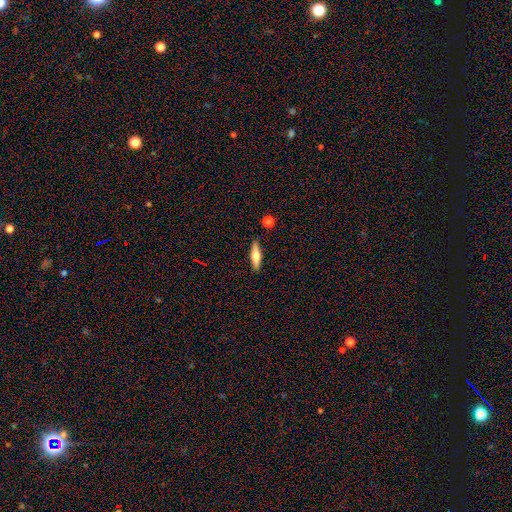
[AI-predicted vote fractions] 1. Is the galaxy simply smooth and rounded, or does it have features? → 60% smooth, 34% featured or disk, 7% star or artifact.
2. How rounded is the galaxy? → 66% cigar-shaped, 31% in between, 3% round.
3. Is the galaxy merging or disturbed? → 85% none, 10% minor disturbance, 3% merger, 2% major disturbance.